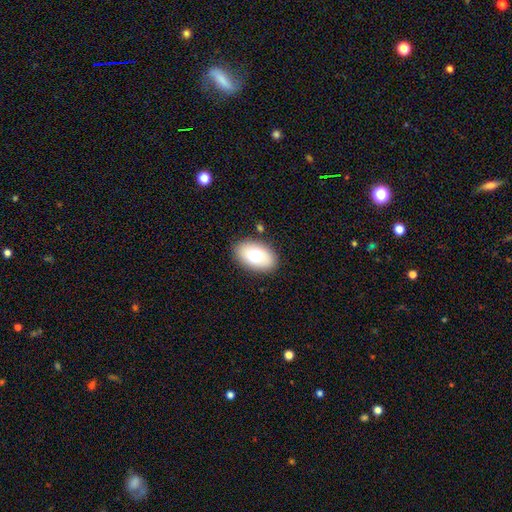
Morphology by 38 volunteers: Smooth or featured?
  - smooth: 66% *
  - featured or disk: 34%
  - star or artifact: 0%
How rounded?
  - in between: 80% *
  - round: 20%
  - cigar-shaped: 0%
Merging?
  - none: 82% *
  - minor disturbance: 13%
  - merger: 5%
  - major disturbance: 0%